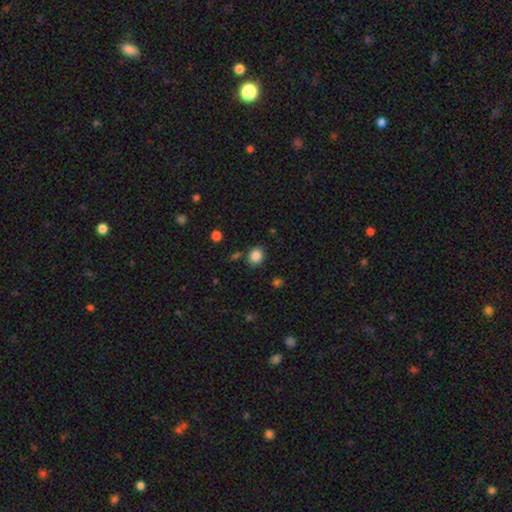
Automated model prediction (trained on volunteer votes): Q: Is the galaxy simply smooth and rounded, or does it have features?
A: smooth — 86%.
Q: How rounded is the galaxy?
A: round — 73%.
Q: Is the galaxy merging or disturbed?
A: none — 82%.